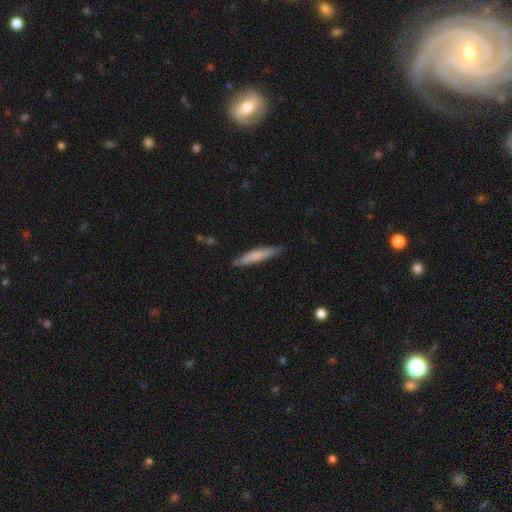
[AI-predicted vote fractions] Q: Smooth or featured?
A: smooth (73%); runner-up: featured or disk (22%)
Q: How rounded?
A: cigar-shaped (90%); runner-up: in between (8%)
Q: Merging?
A: none (83%); runner-up: minor disturbance (14%)